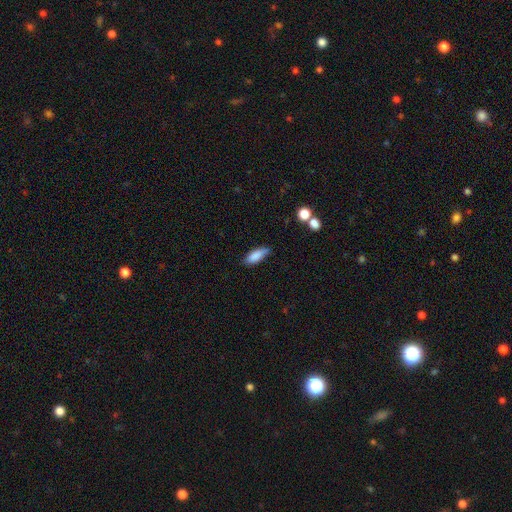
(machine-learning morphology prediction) Q: Smooth or featured?
A: smooth (84%); runner-up: featured or disk (9%)
Q: How rounded?
A: in between (70%); runner-up: cigar-shaped (27%)
Q: Merging?
A: none (67%); runner-up: minor disturbance (26%)